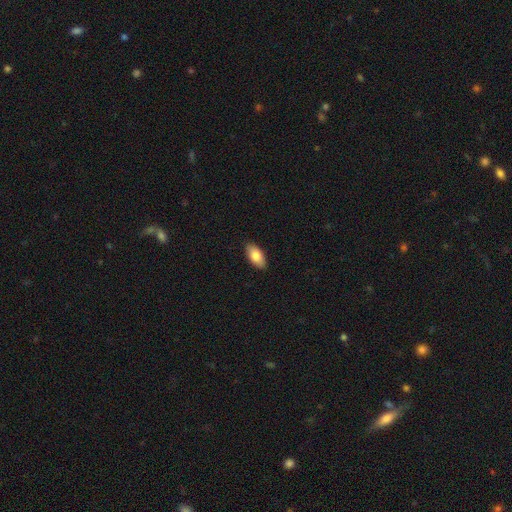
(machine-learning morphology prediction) smooth 84%, featured or disk 10%, star or artifact 6%. Down the decision tree: how rounded — in between (92%); merging — none (89%).